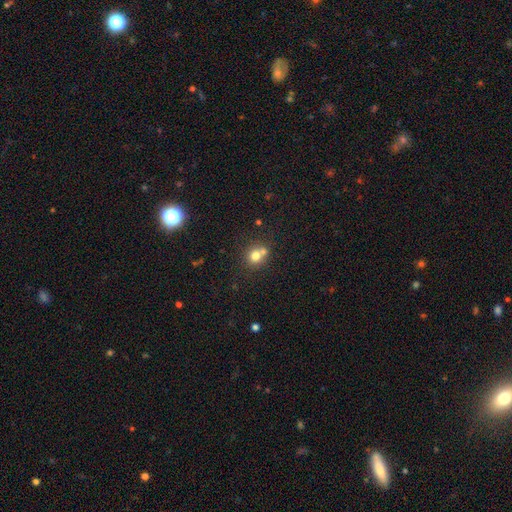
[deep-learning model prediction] A smooth galaxy with no disk features (75%) that is round (82%).

Vote fractions:
- Smooth or featured? smooth: 75% / star or artifact: 13% / featured or disk: 12%
- How rounded? round: 82% / in between: 17% / cigar-shaped: 1%
- Merging? none: 51% / merger: 38% / minor disturbance: 8% / major disturbance: 3%